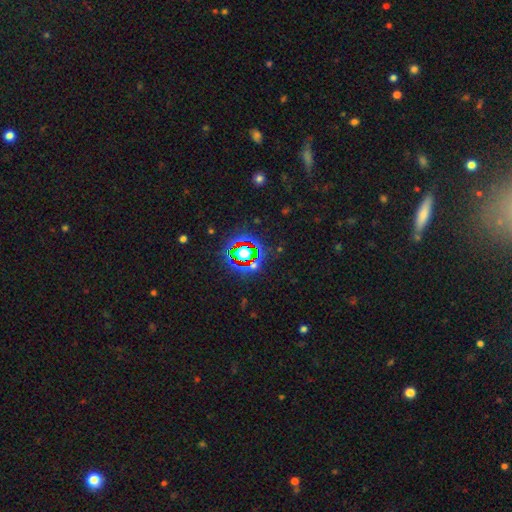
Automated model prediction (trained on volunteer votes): star or artifact 78%, smooth 14%, featured or disk 9%.